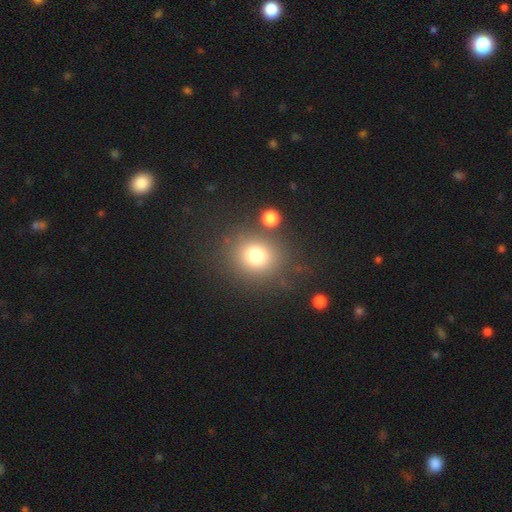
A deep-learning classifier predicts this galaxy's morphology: Smooth or featured? smooth (76%)
How rounded? round (84%)
Merging? none (76%)